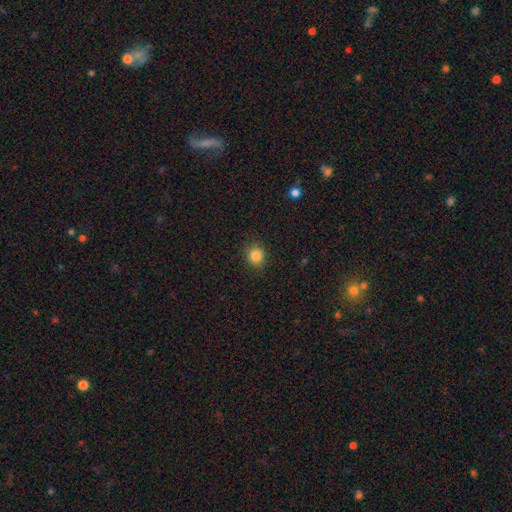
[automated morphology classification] Smooth or featured: smooth — 84% (star or artifact — 11%)
How rounded: round — 79% (in between — 20%)
Merging: none — 88% (minor disturbance — 8%)